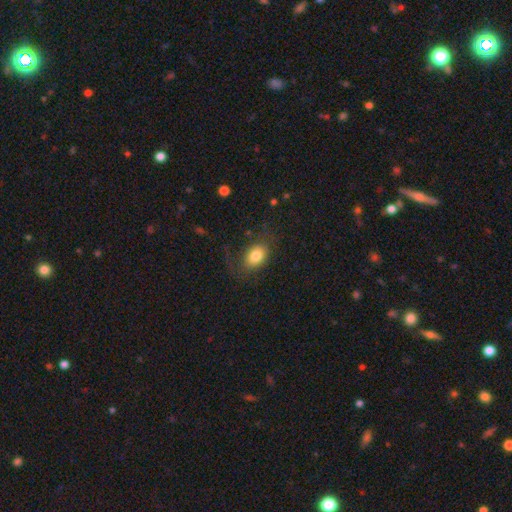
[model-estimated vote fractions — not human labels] Smooth or featured? smooth (78%)
How rounded? in between (79%)
Merging? none (64%)